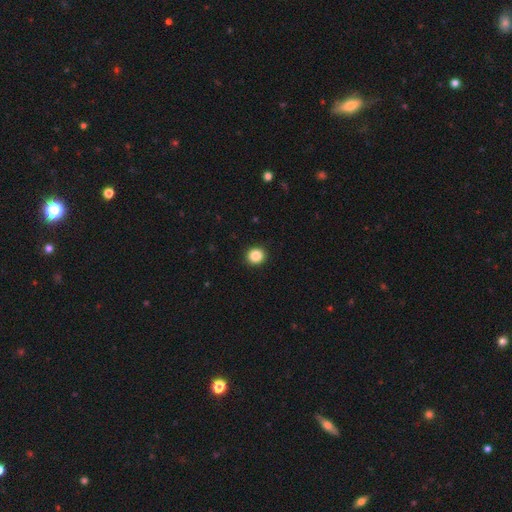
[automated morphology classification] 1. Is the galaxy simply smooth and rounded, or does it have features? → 87% smooth, 10% star or artifact, 3% featured or disk.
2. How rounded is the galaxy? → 90% round, 9% in between, 1% cigar-shaped.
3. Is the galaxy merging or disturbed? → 93% none, 5% minor disturbance, 2% major disturbance, 1% merger.